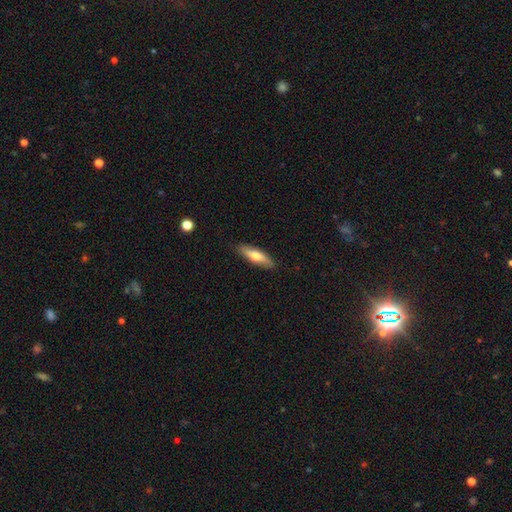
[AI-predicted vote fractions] This is likely a smooth galaxy (64%). How rounded: likely cigar-shaped (61%). Merging: clearly none (86%).